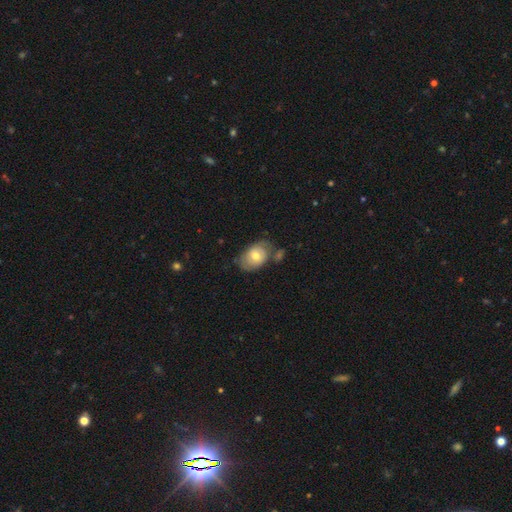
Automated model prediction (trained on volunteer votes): smooth-or-featured: smooth: 59% | featured or disk: 34% | star or artifact: 7%
  how-rounded: in between: 78% | round: 20% | cigar-shaped: 1%
  merging: none: 50% | minor disturbance: 25% | merger: 14% | major disturbance: 10%